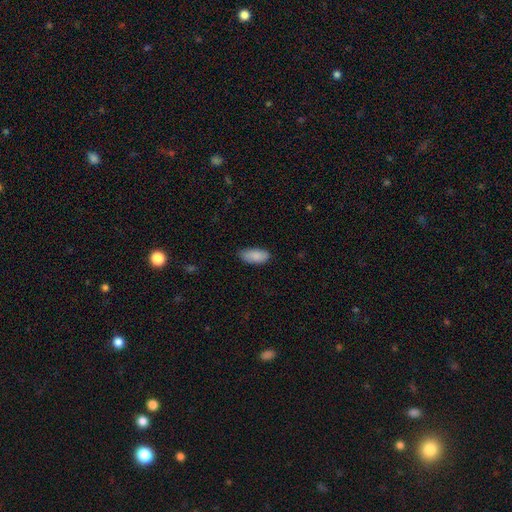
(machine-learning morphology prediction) This appears to be a smooth galaxy with no disk features (87%) that is in between round and cigar-shaped (91%). Merging: none (79%).